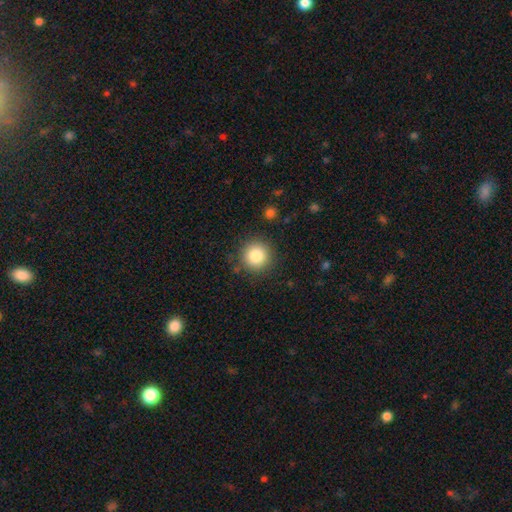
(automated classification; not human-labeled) The model was most divided on "smooth or featured": smooth: 84%, star or artifact: 10%, featured or disk: 6%. More confident: how rounded — round (95%); merging — none (87%).